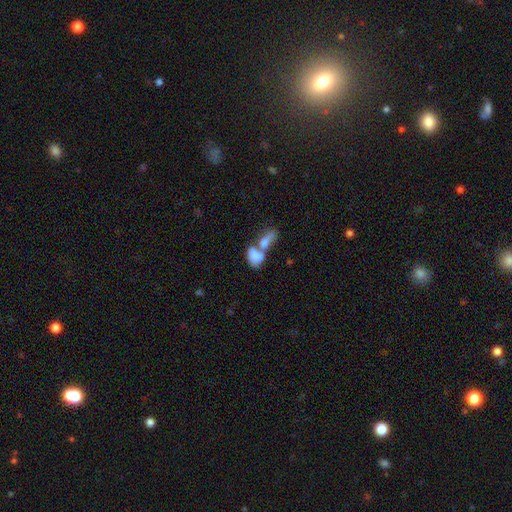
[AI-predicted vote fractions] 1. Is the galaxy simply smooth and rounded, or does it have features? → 69% smooth, 22% featured or disk, 8% star or artifact.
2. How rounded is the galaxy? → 85% in between, 11% round, 4% cigar-shaped.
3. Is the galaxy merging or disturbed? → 76% merger, 11% none, 7% major disturbance, 6% minor disturbance.